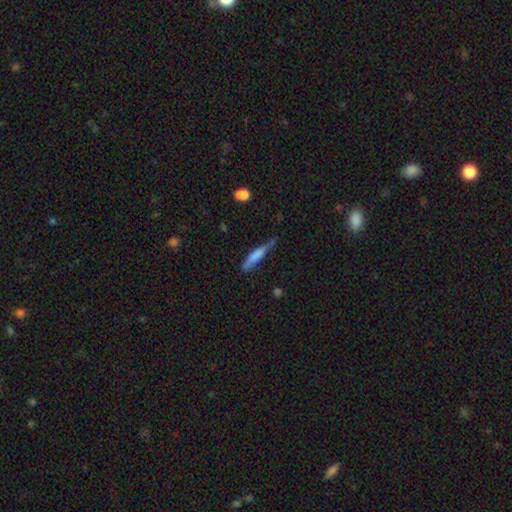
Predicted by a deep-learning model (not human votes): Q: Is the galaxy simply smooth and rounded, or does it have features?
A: smooth — 64%.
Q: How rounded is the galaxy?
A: cigar-shaped — 87%.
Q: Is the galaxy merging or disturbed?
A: none — 56%.